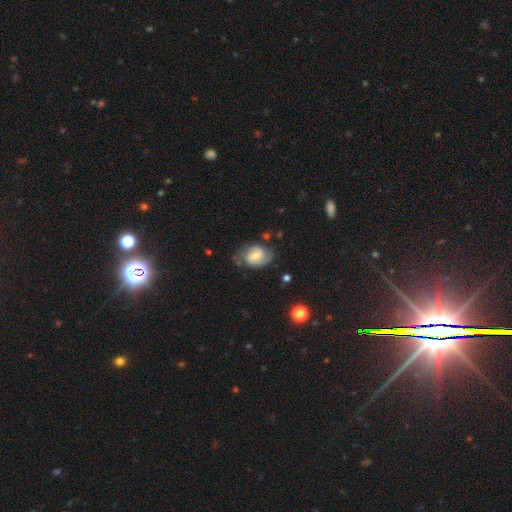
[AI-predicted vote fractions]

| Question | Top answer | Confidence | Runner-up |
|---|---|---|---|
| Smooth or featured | featured or disk | 63% | smooth (30%) |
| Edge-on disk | no | 97% | yes (3%) |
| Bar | weak | 52% | no (30%) |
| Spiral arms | yes | 89% | no (11%) |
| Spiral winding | medium | 46% | tight (31%) |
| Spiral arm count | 2 | 74% | can't tell (12%) |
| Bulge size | small | 45% | moderate (40%) |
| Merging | none | 62% | minor disturbance (24%) |